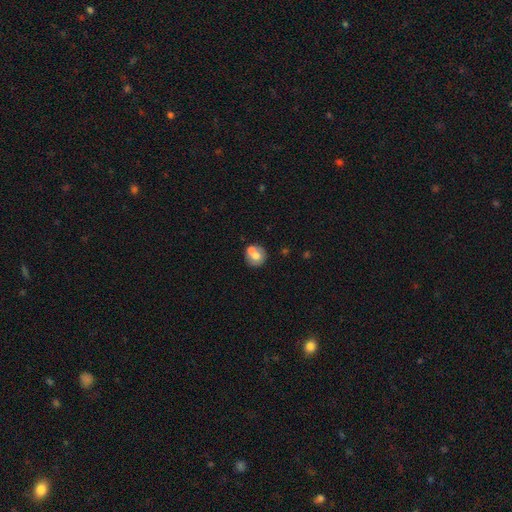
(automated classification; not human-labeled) Smooth or featured? smooth (65%)
How rounded? round (82%)
Merging? none (48%)